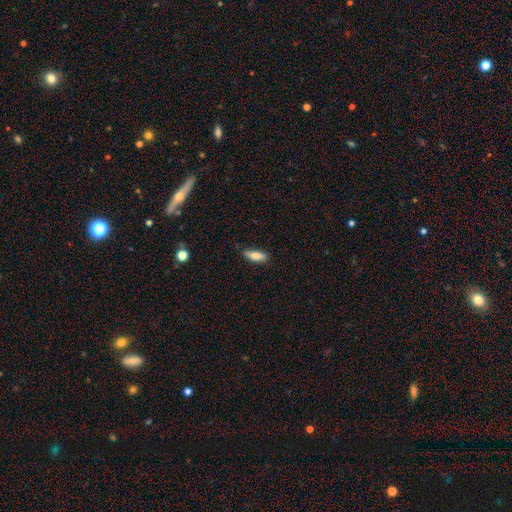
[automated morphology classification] A smooth galaxy with no disk features (81%) that is in between round and cigar-shaped (58%). Merging: none (80%).